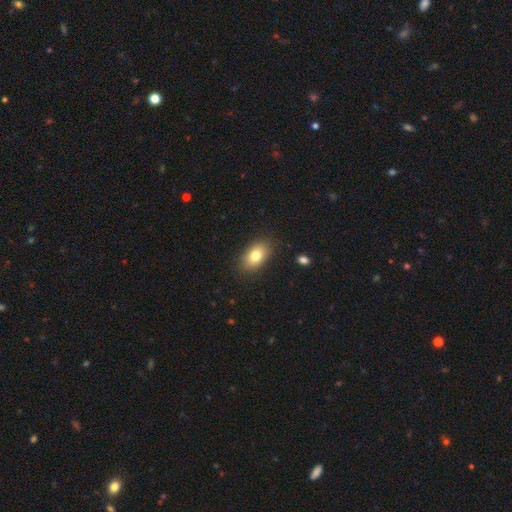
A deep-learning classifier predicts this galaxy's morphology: This appears to be a smooth galaxy with no disk features (80%) that is in between round and cigar-shaped (87%). Merging: none (86%).